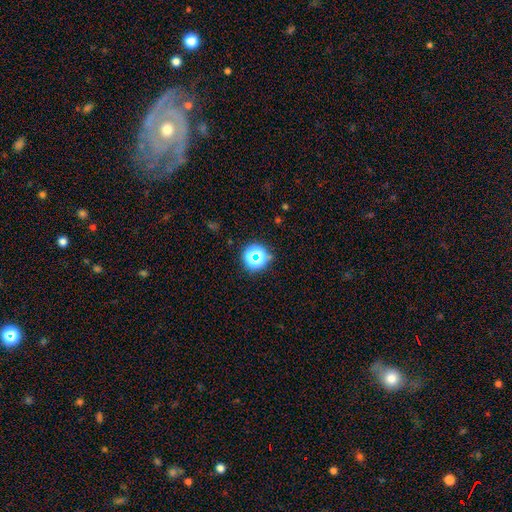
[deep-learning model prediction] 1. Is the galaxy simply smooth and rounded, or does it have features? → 55% star or artifact, 35% smooth, 10% featured or disk.